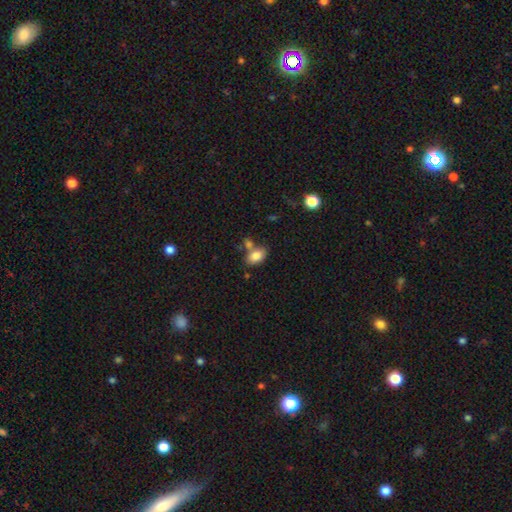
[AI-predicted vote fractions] Smooth or featured: smooth — 83% (star or artifact — 8%)
How rounded: in between — 90% (round — 9%)
Merging: none — 57% (merger — 25%)